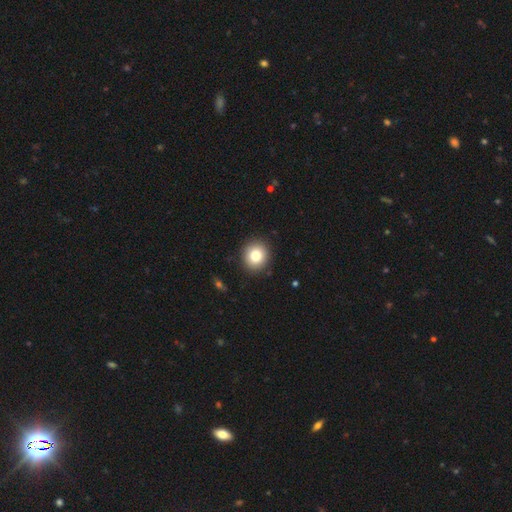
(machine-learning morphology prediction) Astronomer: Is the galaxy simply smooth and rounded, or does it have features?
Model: smooth — 80%.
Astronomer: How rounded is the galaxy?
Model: round — 86%.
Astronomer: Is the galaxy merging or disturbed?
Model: none — 90%.